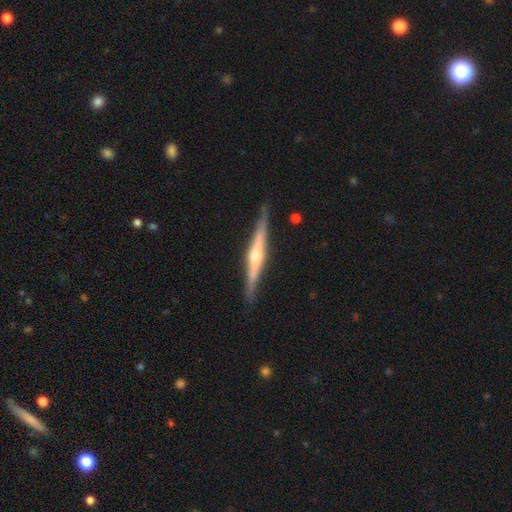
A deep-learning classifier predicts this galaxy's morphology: Q: Smooth or featured?
A: featured or disk (78%); runner-up: smooth (17%)
Q: Edge-on disk?
A: yes (98%); runner-up: no (2%)
Q: Edge-on bulge?
A: rounded (83%); runner-up: none (9%)
Q: Merging?
A: none (88%); runner-up: minor disturbance (9%)